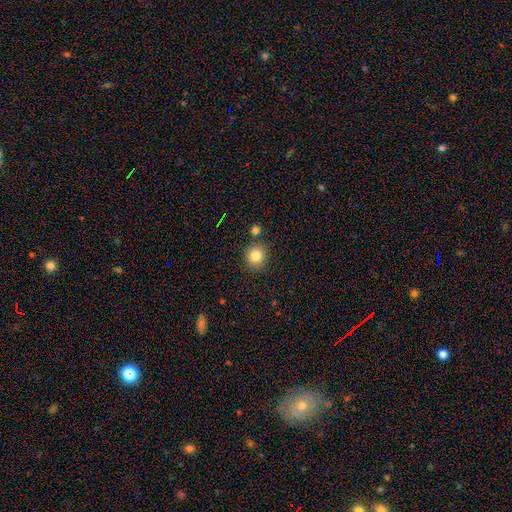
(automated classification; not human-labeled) This is clearly a smooth galaxy (83%). How rounded: clearly round (87%). Merging: clearly none (80%).